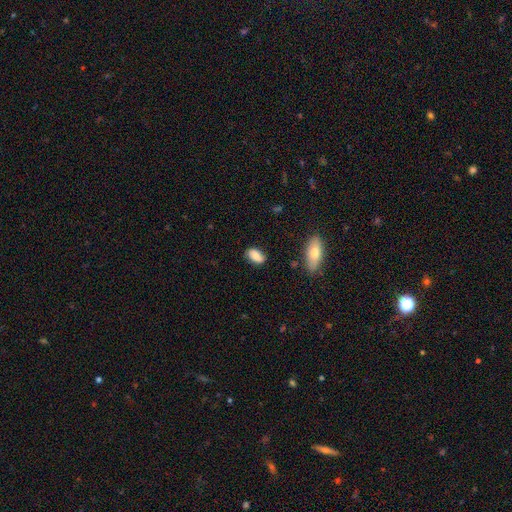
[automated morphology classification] smooth 78%, featured or disk 14%, star or artifact 8%. Down the decision tree: how rounded — in between (91%); merging — none (76%).